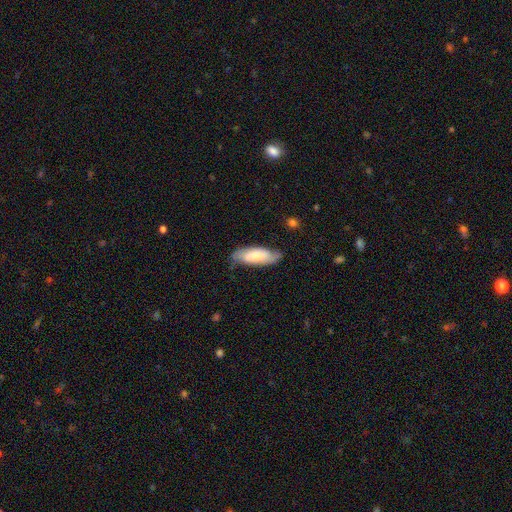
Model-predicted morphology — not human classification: Smooth or featured: smooth — 61% (featured or disk — 33%)
How rounded: in between — 68% (cigar-shaped — 31%)
Merging: none — 69% (minor disturbance — 24%)